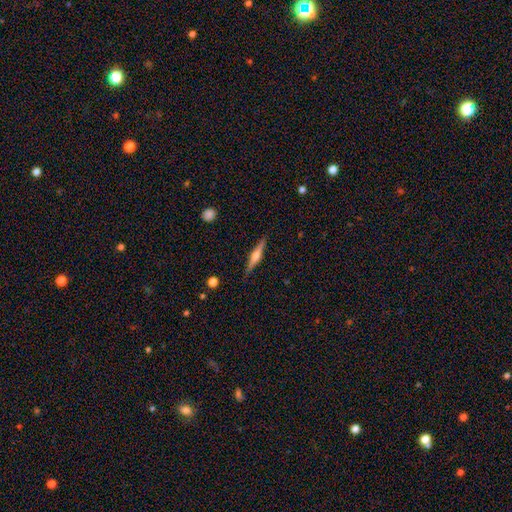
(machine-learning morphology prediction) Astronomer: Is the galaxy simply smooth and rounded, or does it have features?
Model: featured or disk — 72%.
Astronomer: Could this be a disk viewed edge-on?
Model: yes — 98%.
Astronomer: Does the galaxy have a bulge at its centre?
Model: rounded — 90%.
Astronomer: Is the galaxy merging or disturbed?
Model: none — 89%.